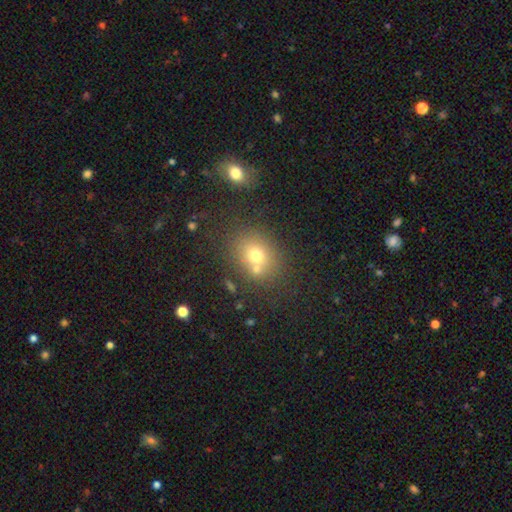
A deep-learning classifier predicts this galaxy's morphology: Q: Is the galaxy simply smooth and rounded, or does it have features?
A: smooth — 68%.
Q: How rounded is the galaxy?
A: round — 59%.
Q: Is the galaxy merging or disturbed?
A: none — 63%.